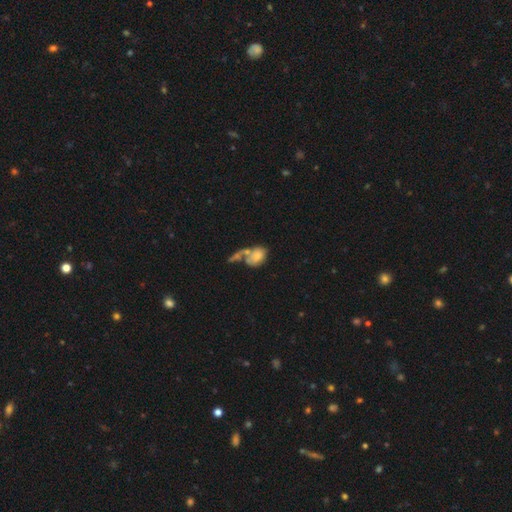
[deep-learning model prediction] Smooth or featured? smooth (64%)
How rounded? in between (78%)
Merging? merger (47%)